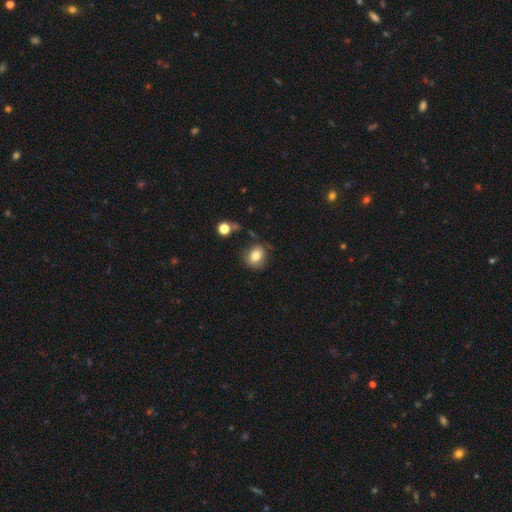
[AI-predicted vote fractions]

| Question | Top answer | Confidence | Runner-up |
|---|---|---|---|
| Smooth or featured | smooth | 80% | star or artifact (10%) |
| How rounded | round | 57% | in between (42%) |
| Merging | none | 74% | minor disturbance (17%) |